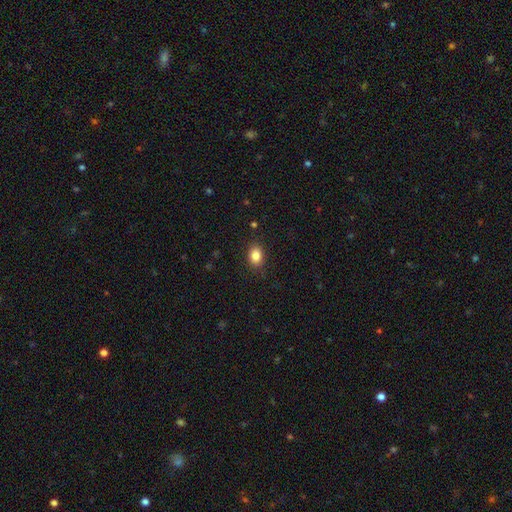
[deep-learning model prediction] This appears to be a smooth galaxy with no disk features (85%) that is in between round and cigar-shaped (69%). Merging: none (87%).